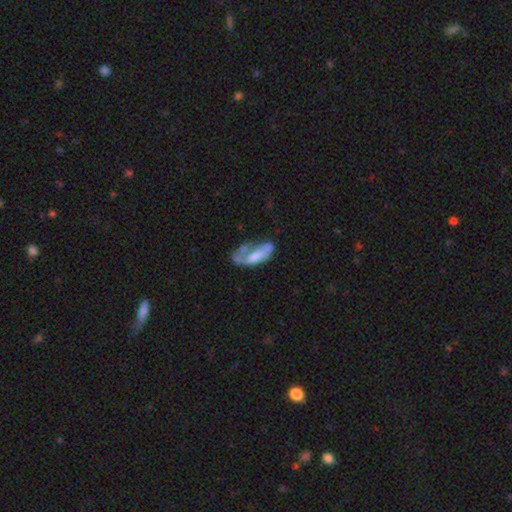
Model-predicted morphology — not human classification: Smooth or featured: featured or disk — 48% (smooth — 44%)
Merging: major disturbance — 33% (none — 28%)